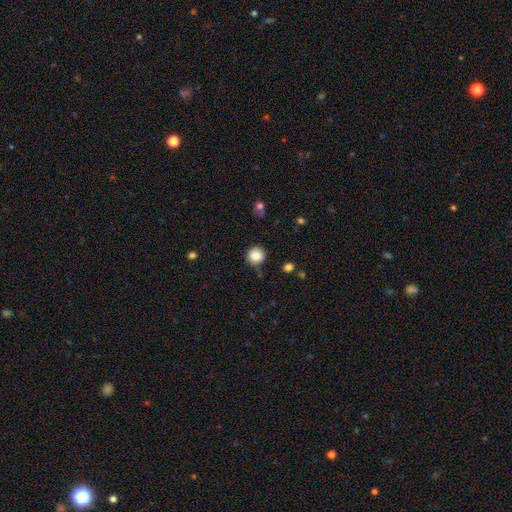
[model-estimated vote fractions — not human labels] A smooth galaxy with no disk features (85%) that is round (91%). Merging: none (82%).